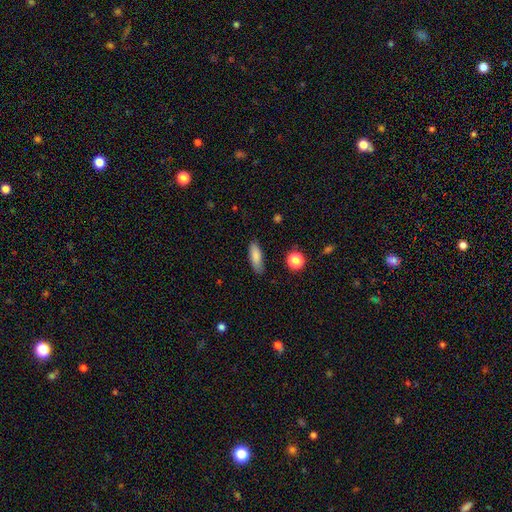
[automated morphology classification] This appears to be a smooth galaxy with no disk features (84%) that is in between round and cigar-shaped (62%). Merging: none (83%).